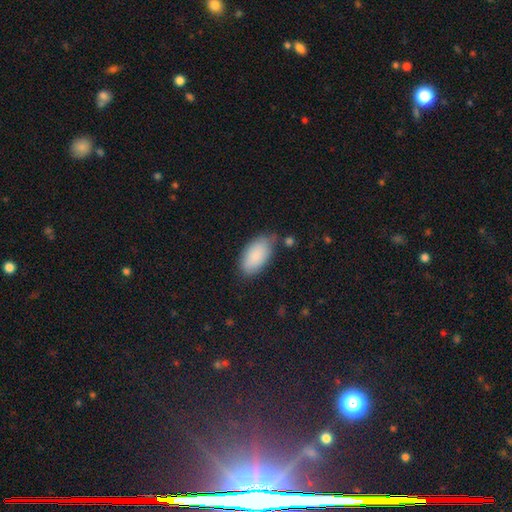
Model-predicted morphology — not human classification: Overall: smooth (86%). How rounded: in between (94%). Merging: none (67%).